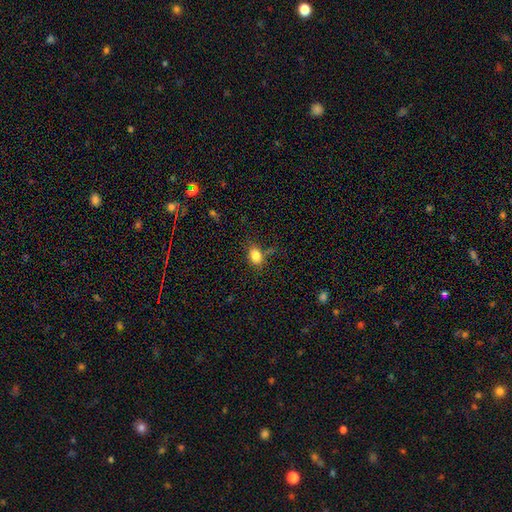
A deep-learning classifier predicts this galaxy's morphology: A smooth galaxy with no disk features (83%) that is in between round and cigar-shaped (76%). Merging: none (71%).